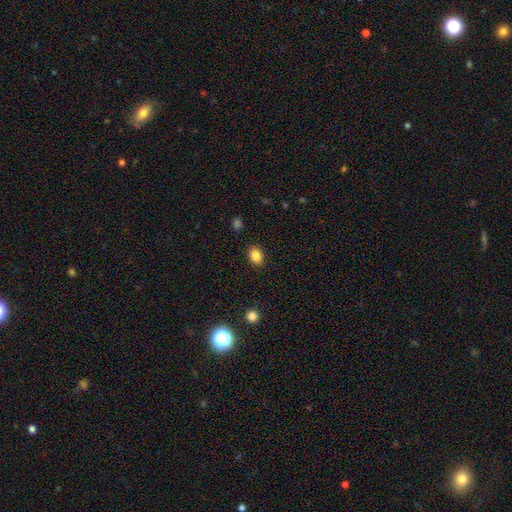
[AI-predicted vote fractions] Smooth or featured? smooth (84%)
How rounded? in between (61%)
Merging? none (87%)